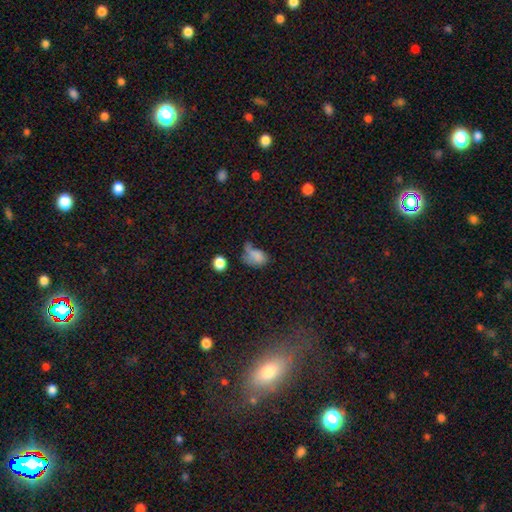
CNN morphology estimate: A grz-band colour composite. It shows a smooth galaxy with no disk features (72%) that is in between round and cigar-shaped (79%). Merging: major disturbance (33%).